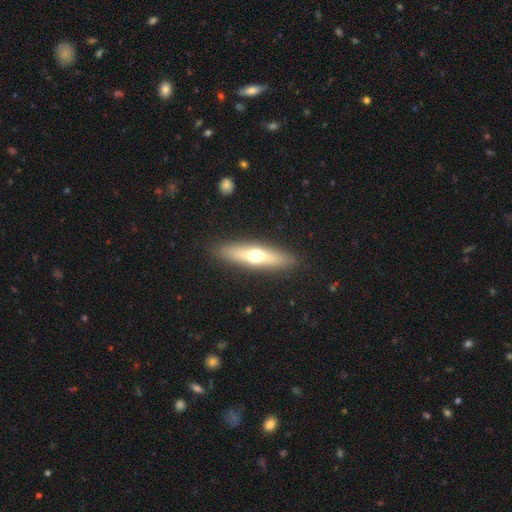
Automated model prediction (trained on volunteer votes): Morphology: type=smooth (48%); merging=none (89%).